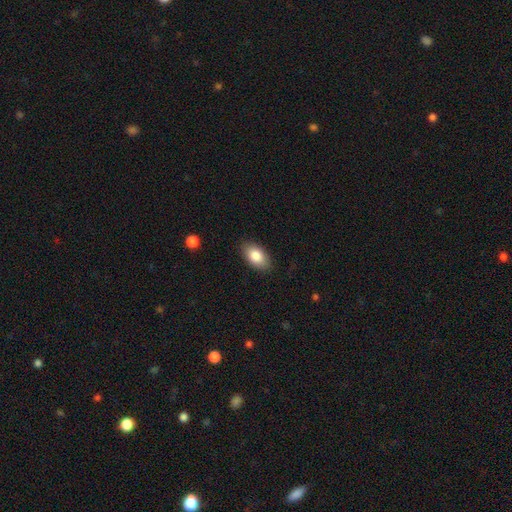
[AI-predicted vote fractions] A smooth galaxy with no disk features (84%) that is in between round and cigar-shaped (93%).

Vote fractions:
- Smooth or featured? smooth: 84% / featured or disk: 9% / star or artifact: 7%
- How rounded? in between: 93% / round: 5% / cigar-shaped: 2%
- Merging? none: 86% / minor disturbance: 10% / major disturbance: 2% / merger: 1%